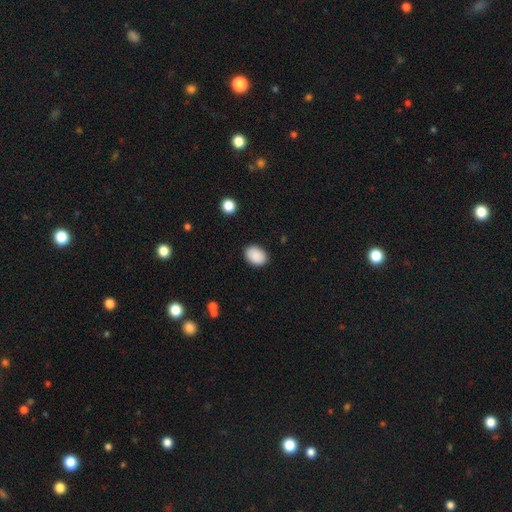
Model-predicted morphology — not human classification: type=smooth (90%); roundness=in between (74%); merging=none (88%).